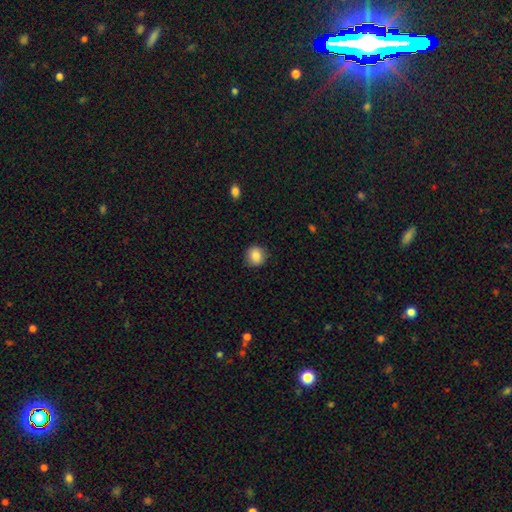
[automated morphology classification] smooth-or-featured: smooth: 85% | star or artifact: 9% | featured or disk: 6%
  how-rounded: round: 89% | in between: 10% | cigar-shaped: 1%
  merging: none: 89% | minor disturbance: 8% | major disturbance: 2% | merger: 1%